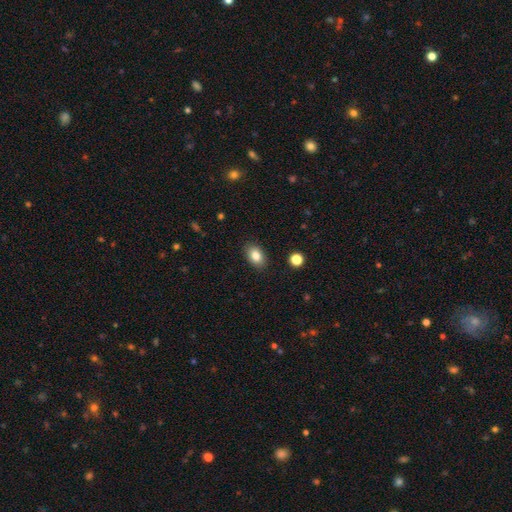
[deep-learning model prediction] A smooth galaxy with no disk features (83%) that is in between round and cigar-shaped (85%). Merging: none (88%).